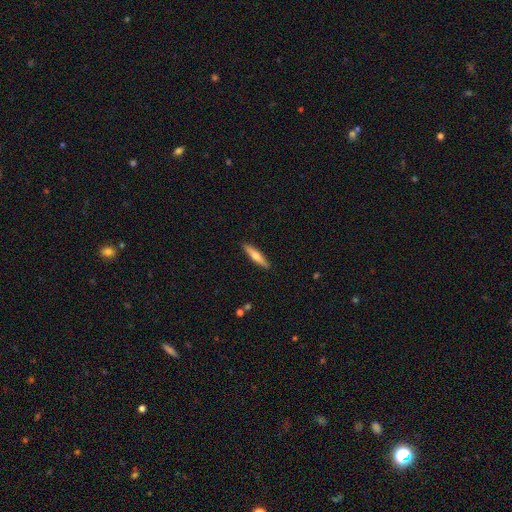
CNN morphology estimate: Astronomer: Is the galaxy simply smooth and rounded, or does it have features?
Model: smooth — 52% (runner-up: featured or disk, 43%).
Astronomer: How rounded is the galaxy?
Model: cigar-shaped — 87%.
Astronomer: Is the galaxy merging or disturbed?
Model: none — 90%.